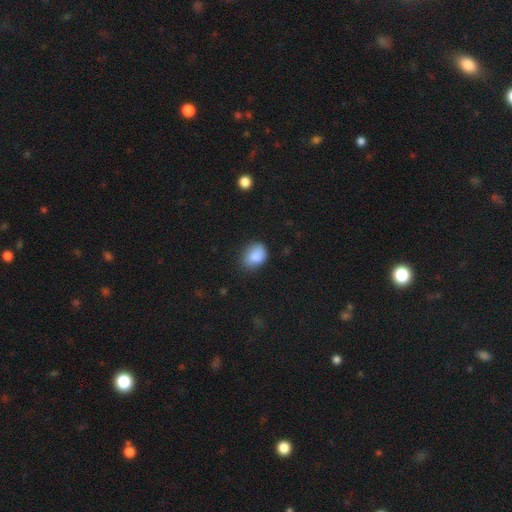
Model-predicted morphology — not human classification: This appears to be a smooth galaxy with no disk features (86%) that is in between round and cigar-shaped (59%). Merging: none (67%).